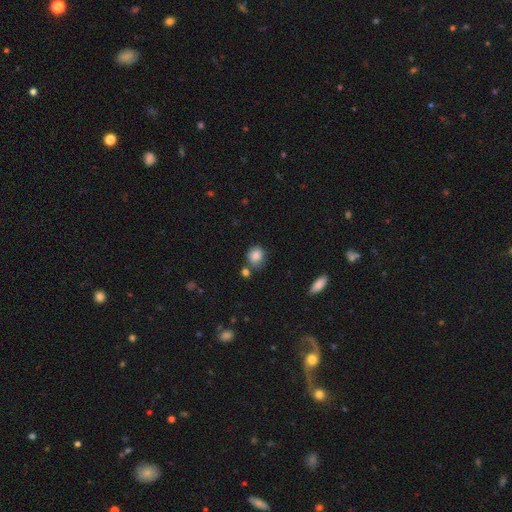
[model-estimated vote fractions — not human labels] Smooth or featured: smooth — 85% (star or artifact — 9%)
How rounded: round — 73% (in between — 26%)
Merging: none — 64% (minor disturbance — 19%)